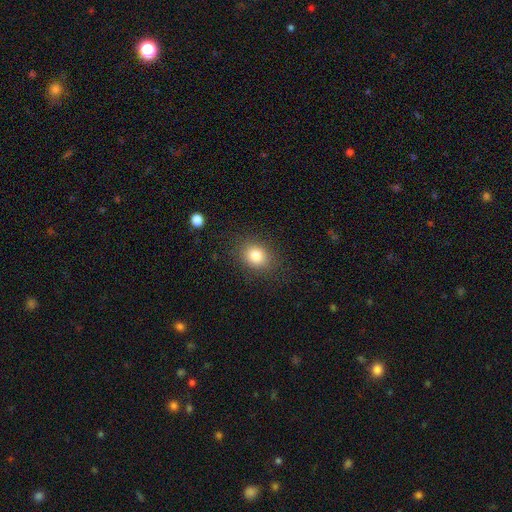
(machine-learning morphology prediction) smooth_or_featured: smooth (p=0.82) [alt: star or artifact p=0.10]
how_rounded: round (p=0.56) [alt: in between p=0.43]
merging: none (p=0.85) [alt: minor disturbance p=0.10]